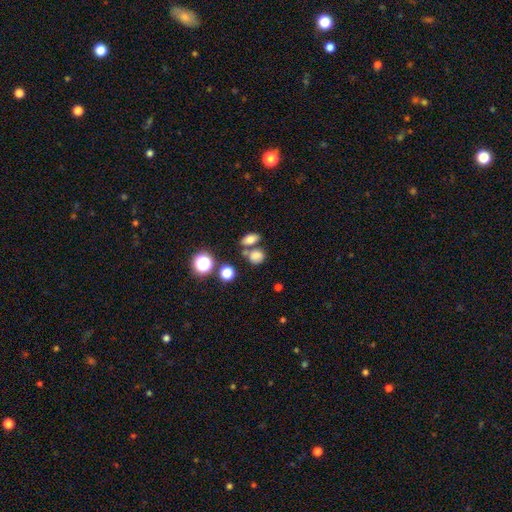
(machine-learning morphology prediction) This is likely a smooth galaxy (76%). How rounded: possibly round (54%). Merging: possibly none (56%).